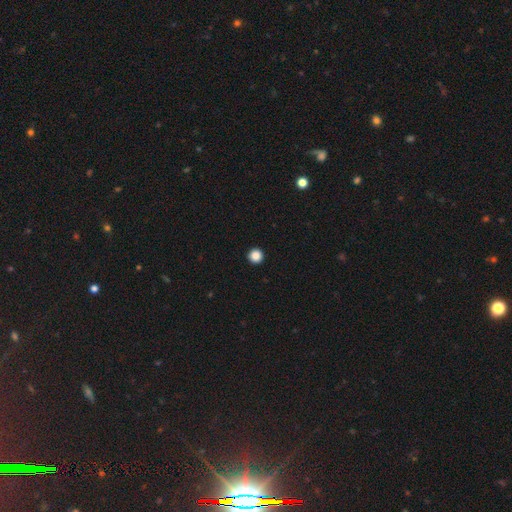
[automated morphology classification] Smooth or featured? Predicted: smooth (p=0.87). How rounded? Predicted: round (p=0.97). Merging? Predicted: none (p=0.95).